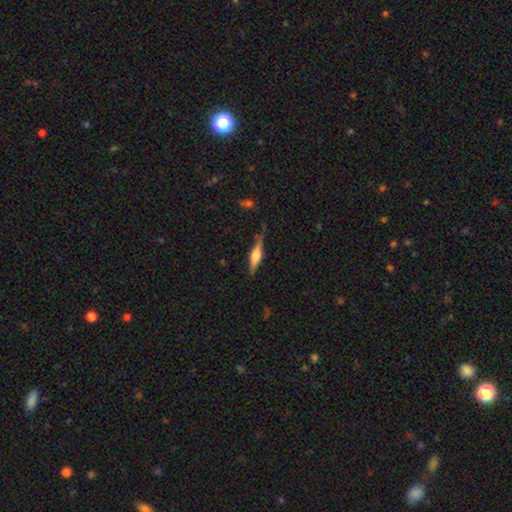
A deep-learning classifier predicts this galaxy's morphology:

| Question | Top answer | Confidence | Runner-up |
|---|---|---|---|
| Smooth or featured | featured or disk | 63% | smooth (30%) |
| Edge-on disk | yes | 96% | no (4%) |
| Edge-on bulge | rounded | 74% | boxy (22%) |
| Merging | none | 81% | minor disturbance (13%) |